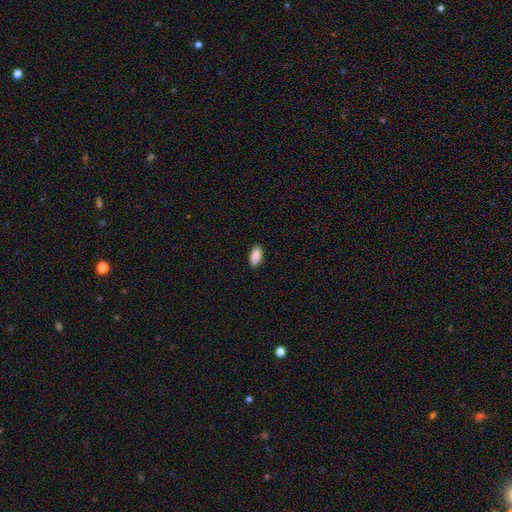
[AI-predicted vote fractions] Smooth or featured: smooth — 90% (star or artifact — 7%)
How rounded: in between — 93% (cigar-shaped — 4%)
Merging: none — 87% (minor disturbance — 10%)